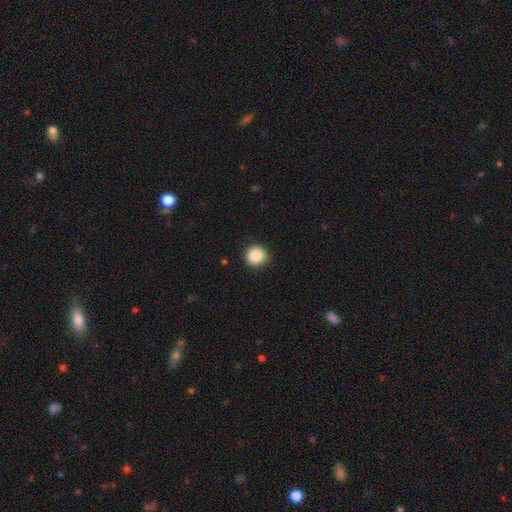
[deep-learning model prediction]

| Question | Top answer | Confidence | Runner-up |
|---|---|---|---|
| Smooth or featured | smooth | 87% | star or artifact (9%) |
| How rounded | round | 95% | in between (4%) |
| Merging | none | 92% | minor disturbance (5%) |